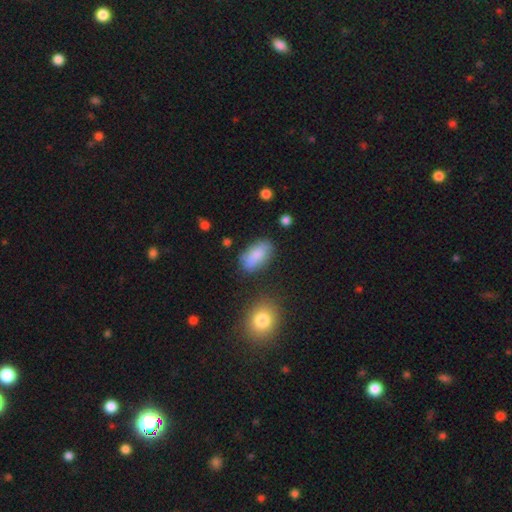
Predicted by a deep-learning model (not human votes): Smooth or featured: smooth — 79% (featured or disk — 14%)
How rounded: in between — 91% (cigar-shaped — 5%)
Merging: none — 71% (minor disturbance — 19%)